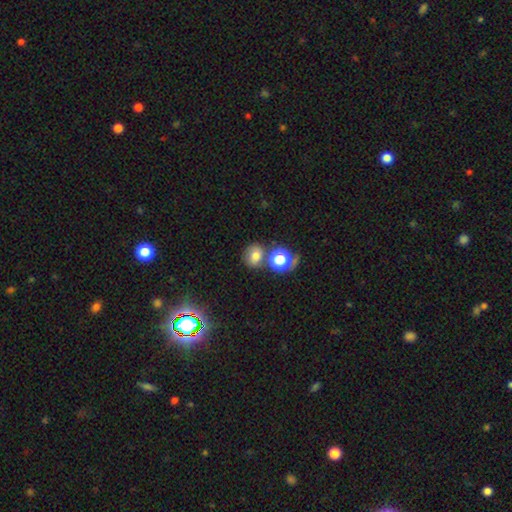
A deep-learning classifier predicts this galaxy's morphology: smooth-or-featured: smooth: 71% | star or artifact: 17% | featured or disk: 12%
  how-rounded: round: 68% | in between: 31% | cigar-shaped: 1%
  merging: none: 62% | merger: 19% | minor disturbance: 13% | major disturbance: 6%